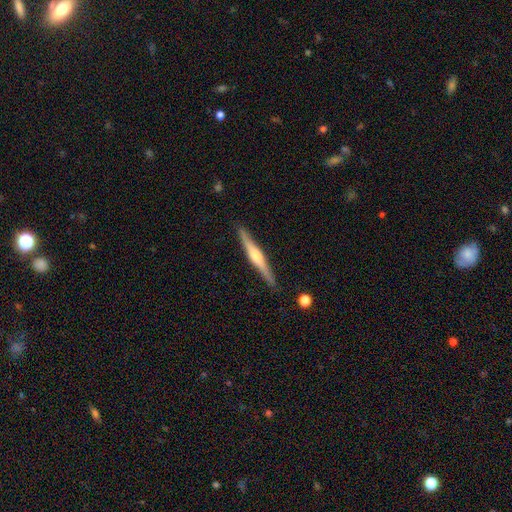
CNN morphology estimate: Smooth or featured?
  - featured or disk: 69% *
  - smooth: 26%
  - star or artifact: 5%
Edge-on disk?
  - yes: 98% *
  - no: 2%
Edge-on bulge?
  - rounded: 80% *
  - boxy: 11%
  - none: 9%
Merging?
  - none: 90% *
  - minor disturbance: 8%
  - major disturbance: 1%
  - merger: 1%